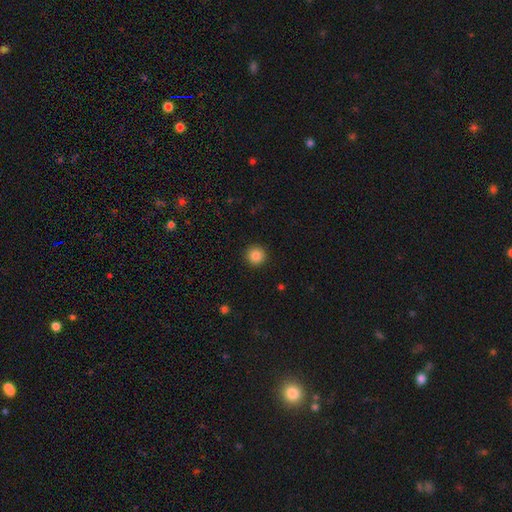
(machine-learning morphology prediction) A smooth galaxy with no disk features (87%) that is round (95%). Merging: none (92%).